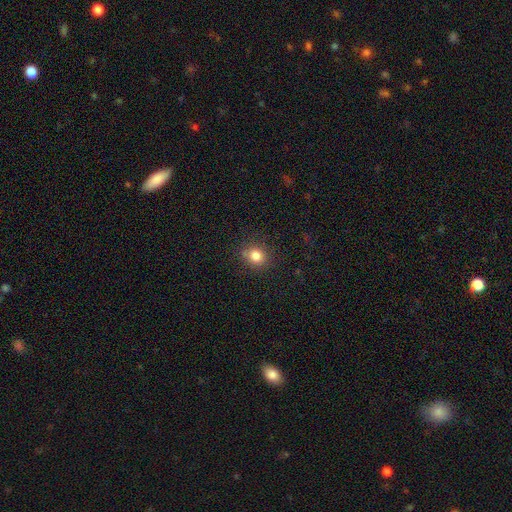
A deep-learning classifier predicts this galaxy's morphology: smooth-or-featured: smooth: 82% | star or artifact: 12% | featured or disk: 6%
  how-rounded: round: 81% | in between: 18% | cigar-shaped: 1%
  merging: none: 81% | minor disturbance: 12% | merger: 3% | major disturbance: 3%